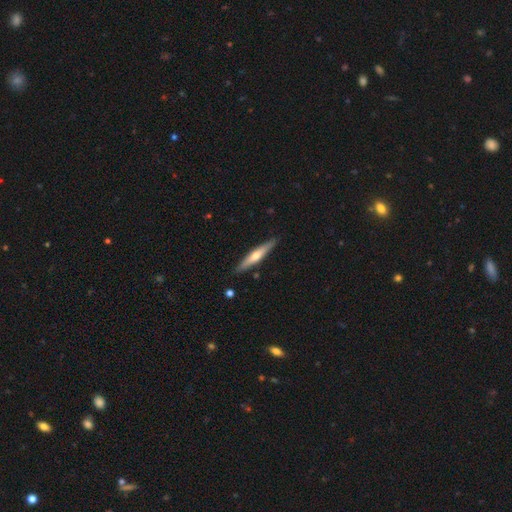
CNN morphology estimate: The model was most divided on "smooth or featured": featured or disk: 53%, smooth: 42%, star or artifact: 5%. More confident: edge-on disk — yes (95%); merging — none (89%); edge-on bulge — rounded (84%).